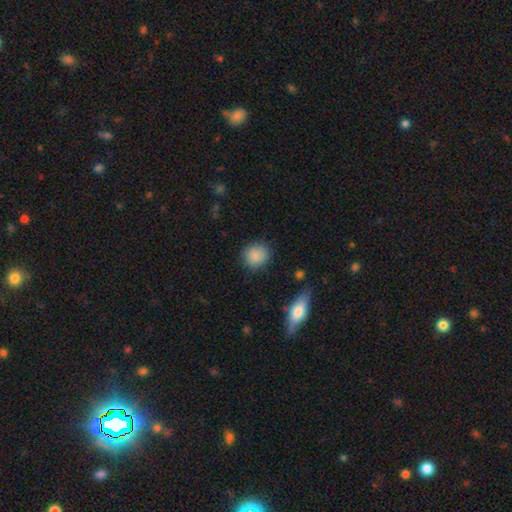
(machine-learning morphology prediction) type=smooth (87%); roundness=round (85%); merging=none (83%).